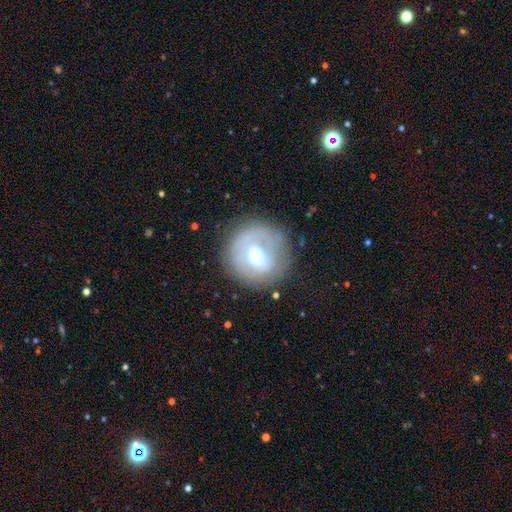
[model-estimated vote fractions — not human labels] This appears to be a featured or disk galaxy (56%) with no bar (61%), spiral arms (53%) and a moderate central bulge (61%). Merging: none (72%).